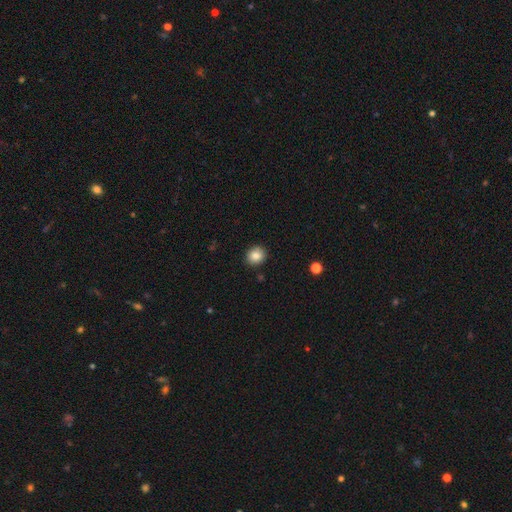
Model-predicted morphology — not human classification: A smooth galaxy with no disk features (86%) that is round (73%).

Vote fractions:
- Smooth or featured? smooth: 86% / star or artifact: 9% / featured or disk: 5%
- How rounded? round: 73% / in between: 26% / cigar-shaped: 1%
- Merging? none: 89% / minor disturbance: 7% / major disturbance: 2% / merger: 1%